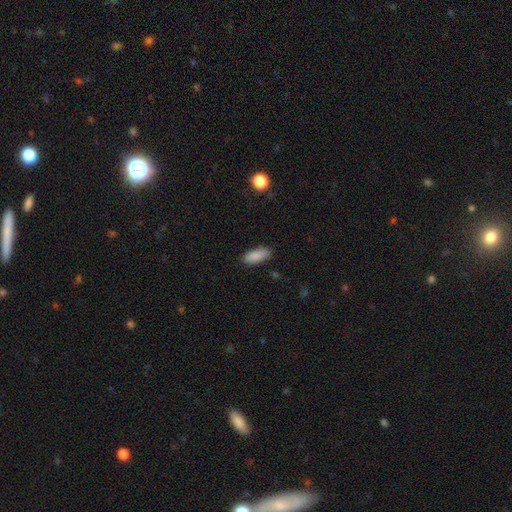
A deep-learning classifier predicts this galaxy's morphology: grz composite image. It shows a smooth galaxy with no disk features (88%) that is in between round and cigar-shaped (80%). Merging: none (84%).